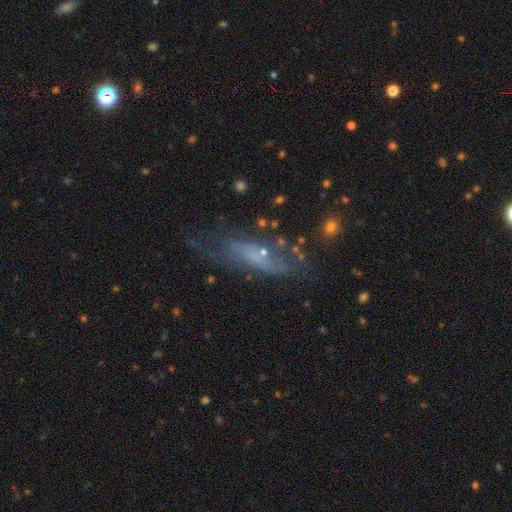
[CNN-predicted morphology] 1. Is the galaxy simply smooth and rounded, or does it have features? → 50% featured or disk, 36% smooth, 14% star or artifact.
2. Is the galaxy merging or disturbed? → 50% none, 26% minor disturbance, 19% major disturbance, 5% merger.